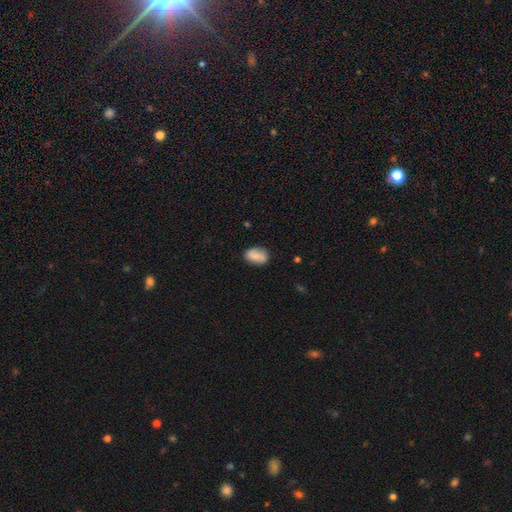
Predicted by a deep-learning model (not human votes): This appears to be a smooth galaxy with no disk features (73%) that is in between round and cigar-shaped (86%). Merging: none (77%).